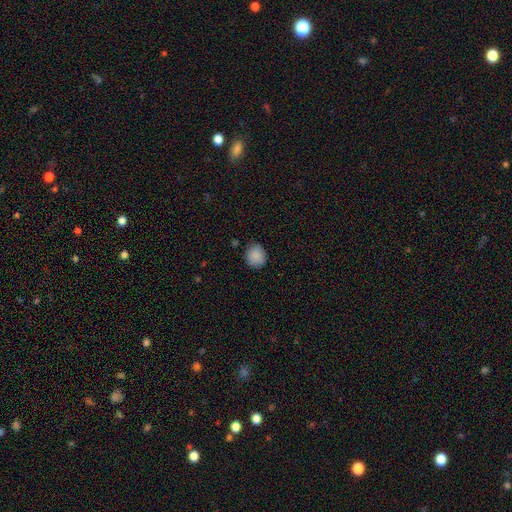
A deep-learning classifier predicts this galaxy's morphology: type=smooth (87%); roundness=round (78%); merging=none (82%).